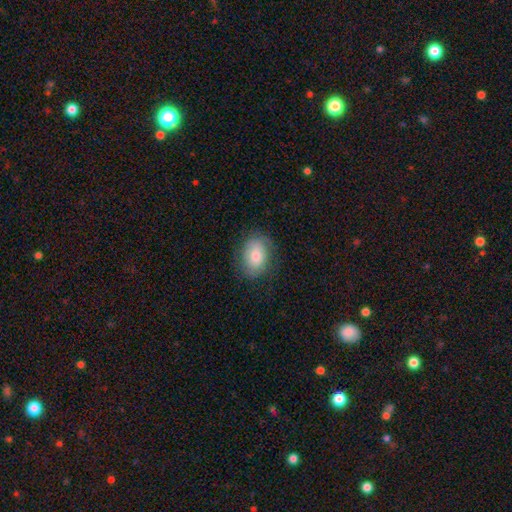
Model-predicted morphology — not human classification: Q: Smooth or featured?
A: smooth (78%); runner-up: featured or disk (14%)
Q: How rounded?
A: in between (75%); runner-up: round (24%)
Q: Merging?
A: none (80%); runner-up: minor disturbance (15%)